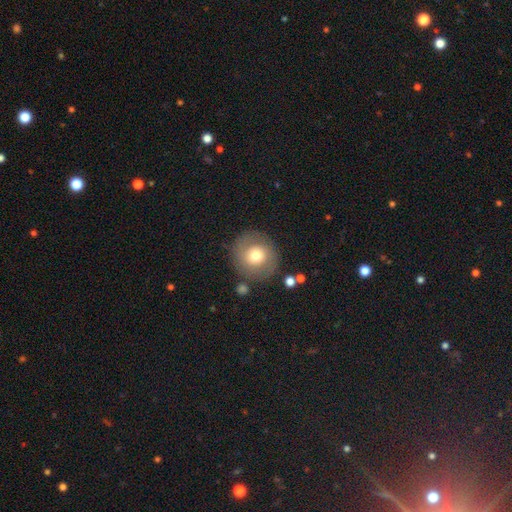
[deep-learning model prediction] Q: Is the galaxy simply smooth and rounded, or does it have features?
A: smooth — 65%.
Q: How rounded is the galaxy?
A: round — 91%.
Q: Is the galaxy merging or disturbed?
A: none — 80%.